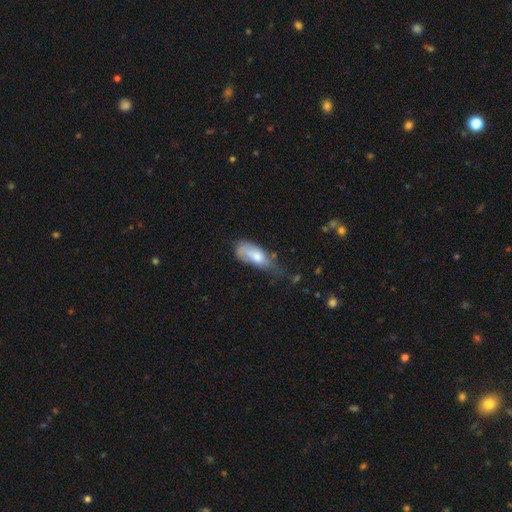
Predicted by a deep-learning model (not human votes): This is likely a smooth galaxy (71%). How rounded: clearly in between (82%). Merging: marginally minor disturbance (36%).